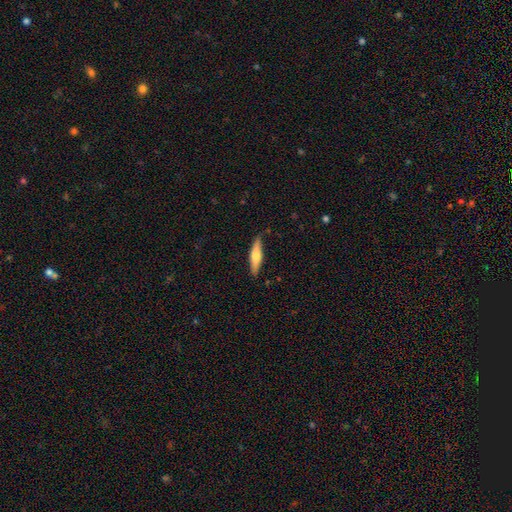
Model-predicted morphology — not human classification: Overall: smooth (54%; featured or disk 40%). How rounded: cigar-shaped (74%). Merging: none (86%).